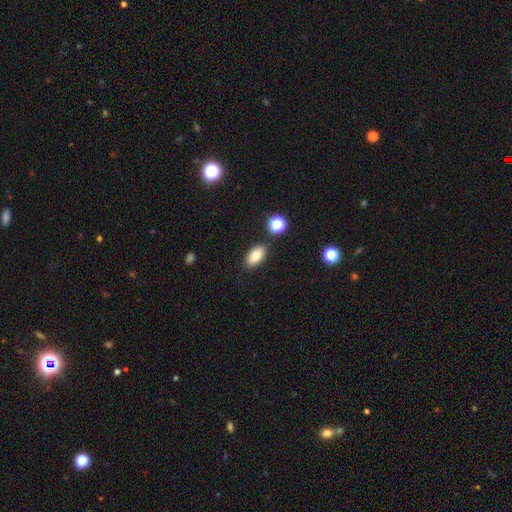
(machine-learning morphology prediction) smooth-or-featured: smooth: 79% | featured or disk: 11% | star or artifact: 9%
  how-rounded: in between: 89% | round: 6% | cigar-shaped: 5%
  merging: none: 84% | minor disturbance: 10% | merger: 4% | major disturbance: 2%